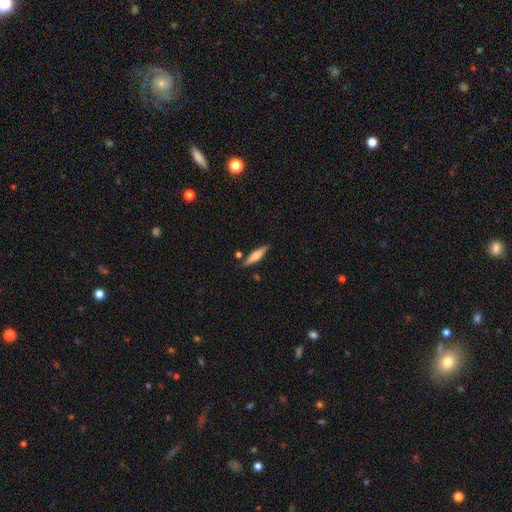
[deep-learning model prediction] Smooth or featured? Predicted: smooth (p=0.55). How rounded? Predicted: cigar-shaped (p=0.80). Merging? Predicted: none (p=0.83).